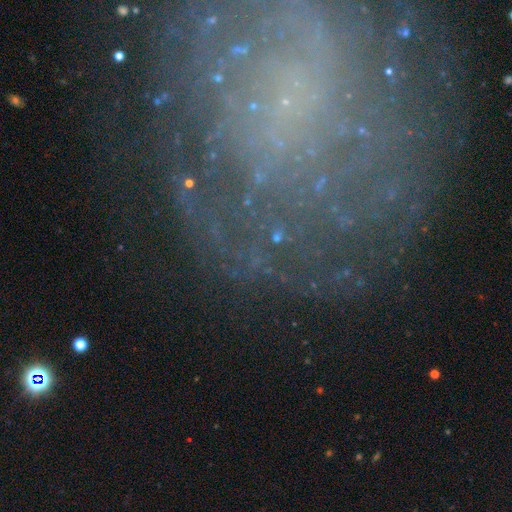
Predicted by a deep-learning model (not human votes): This is likely a featured or disk galaxy (62%). It is clearly not viewed edge-on (95%). Bar: likely no (78%). Spiral arm pattern: likely yes (68%). Central bulge: possibly small (54%). Merging: likely none (71%).